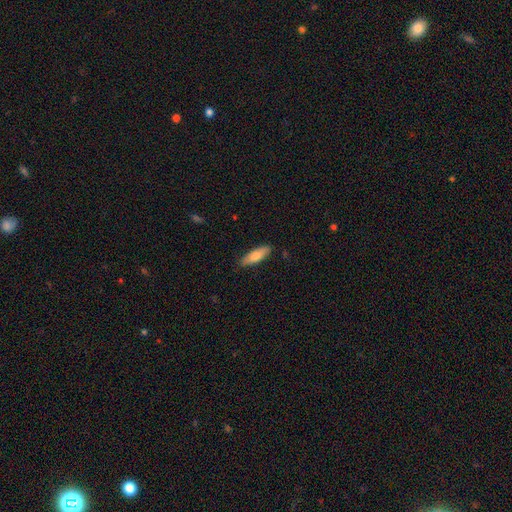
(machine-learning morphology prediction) Overall: smooth (74%). How rounded: cigar-shaped (51%; in between 47%). Merging: none (86%).